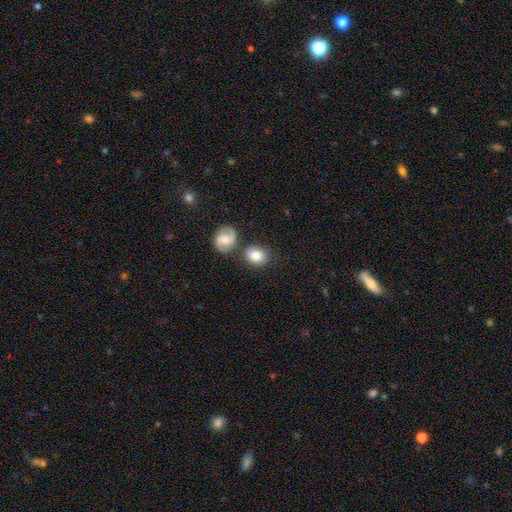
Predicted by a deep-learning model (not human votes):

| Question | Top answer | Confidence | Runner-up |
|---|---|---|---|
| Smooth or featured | smooth | 77% | featured or disk (17%) |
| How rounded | round | 59% | in between (40%) |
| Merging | none | 70% | merger (15%) |